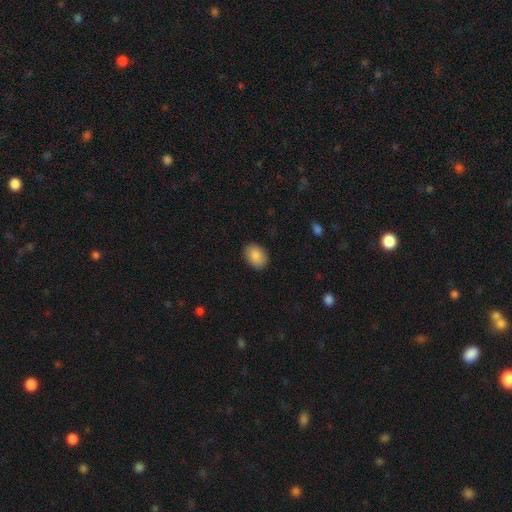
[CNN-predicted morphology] Smooth or featured: smooth — 88% (star or artifact — 7%)
How rounded: in between — 73% (round — 26%)
Merging: none — 88% (minor disturbance — 9%)